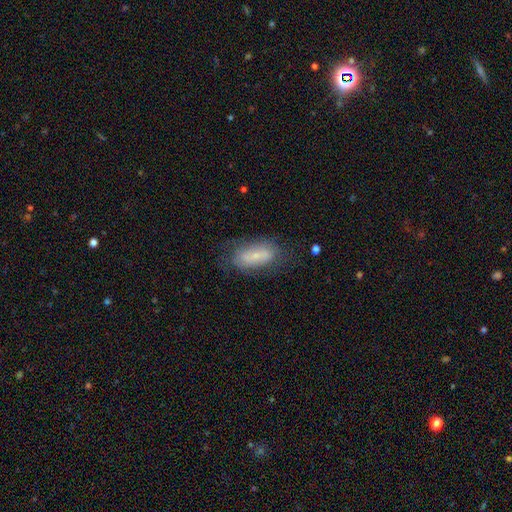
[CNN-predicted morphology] smooth 54%, featured or disk 37%, star or artifact 9%. Down the decision tree: how rounded — in between (84%); merging — none (64%).